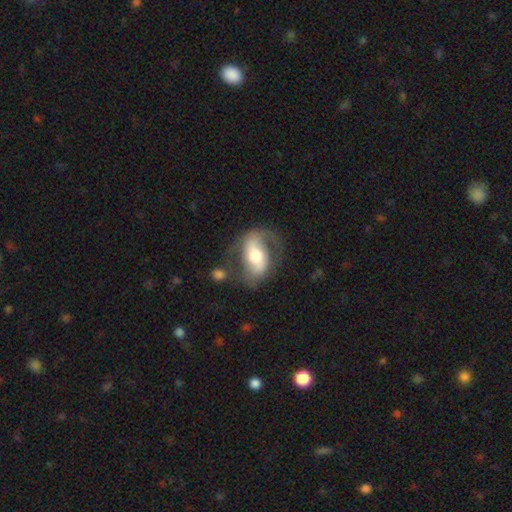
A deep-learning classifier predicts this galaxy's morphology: Overall: featured or disk (70%). Edge-on disk: no (94%). Bar: strong (45%; weak 33%). Spiral arms: yes (77%). Spiral arm count: 2 (81%). Spiral winding: loose (44%; medium 41%). Bulge size: moderate (64%). Merging: none (55%; minor disturbance 20%).